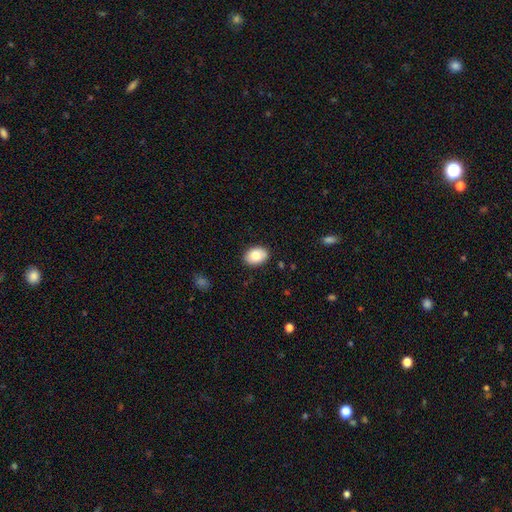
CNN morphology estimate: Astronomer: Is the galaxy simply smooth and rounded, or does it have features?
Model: smooth — 82%.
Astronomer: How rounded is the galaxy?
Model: in between — 80%.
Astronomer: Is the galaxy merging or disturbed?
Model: none — 87%.